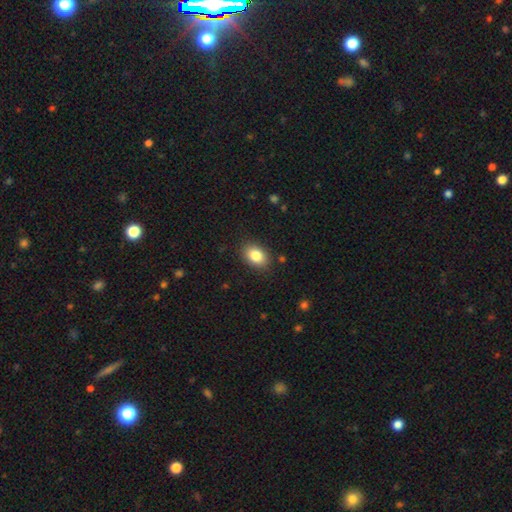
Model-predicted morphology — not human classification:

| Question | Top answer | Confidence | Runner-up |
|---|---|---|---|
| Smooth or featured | smooth | 84% | star or artifact (9%) |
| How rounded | in between | 77% | round (21%) |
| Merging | none | 87% | minor disturbance (10%) |